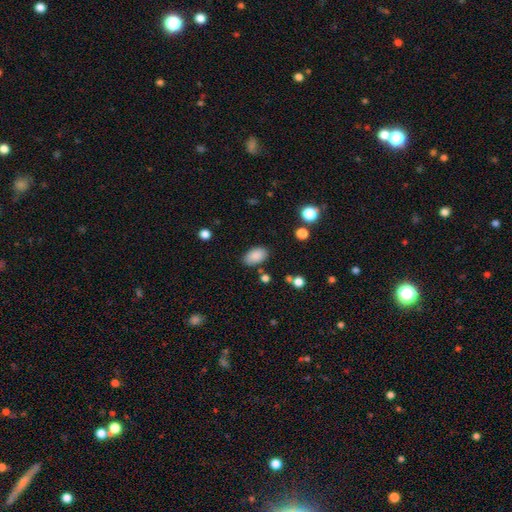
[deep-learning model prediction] A smooth galaxy with no disk features (88%) that is in between round and cigar-shaped (93%). Merging: none (83%).